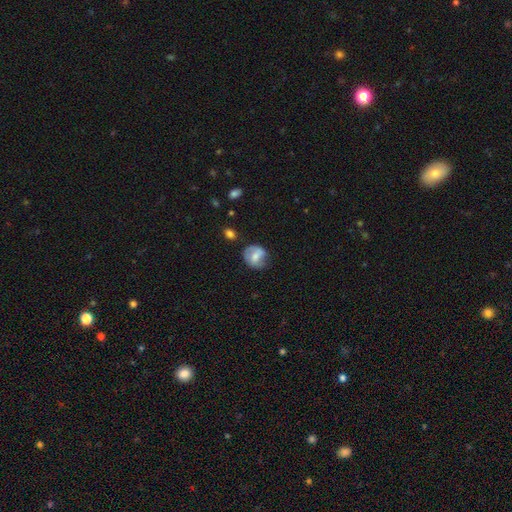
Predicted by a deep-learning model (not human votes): Smooth or featured?
  - smooth: 49% *
  - featured or disk: 44%
  - star or artifact: 8%
Merging?
  - none: 59% *
  - minor disturbance: 28%
  - major disturbance: 10%
  - merger: 4%